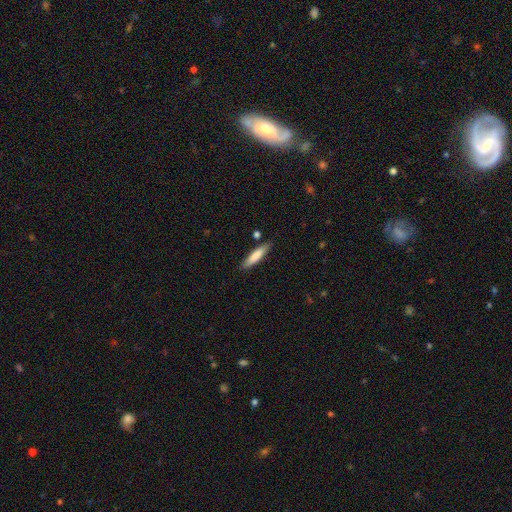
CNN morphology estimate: smooth-or-featured: smooth: 79% | featured or disk: 15% | star or artifact: 6%
  how-rounded: cigar-shaped: 79% | in between: 20% | round: 1%
  merging: none: 84% | minor disturbance: 12% | merger: 3% | major disturbance: 2%